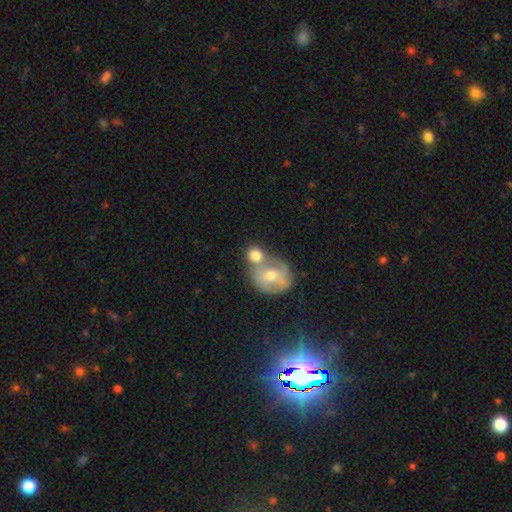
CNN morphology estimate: Smooth or featured? Predicted: smooth (p=0.70). How rounded? Predicted: round (p=0.78). Merging? Predicted: merger (p=0.53).